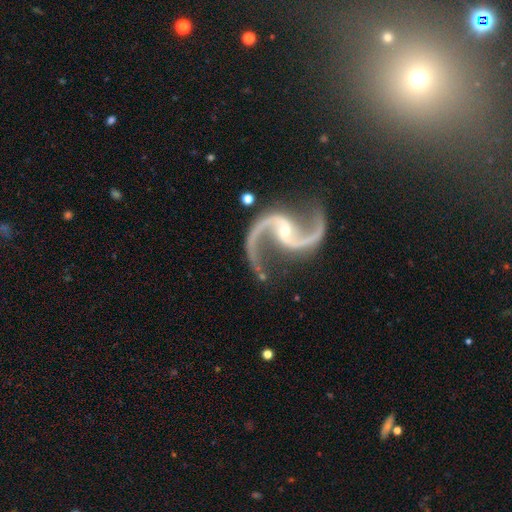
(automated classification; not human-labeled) Smooth or featured?
  - featured or disk: 95% *
  - star or artifact: 4%
  - smooth: 2%
Edge-on disk?
  - no: 98% *
  - yes: 2%
Bar?
  - no: 42% *
  - weak: 34%
  - strong: 24%
Spiral arms?
  - yes: 99% *
  - no: 1%
Spiral winding?
  - loose: 62% *
  - medium: 32%
  - tight: 6%
Spiral arm count?
  - 2: 95% *
  - 1: 1%
  - 3: 1%
  - can't tell: 1%
  - 4: 1%
  - more than 4: 1%
Bulge size?
  - small: 76% *
  - moderate: 20%
  - none: 2%
  - large: 1%
  - dominant: 1%
Merging?
  - none: 78% *
  - minor disturbance: 13%
  - major disturbance: 6%
  - merger: 3%